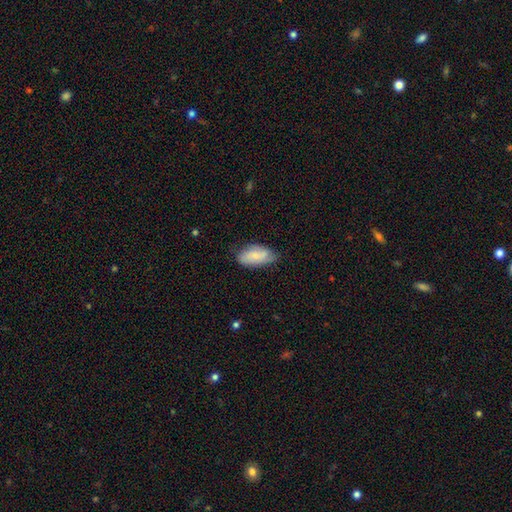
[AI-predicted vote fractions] This appears to be a smooth galaxy with no disk features (72%) that is in between round and cigar-shaped (92%). Merging: none (69%).